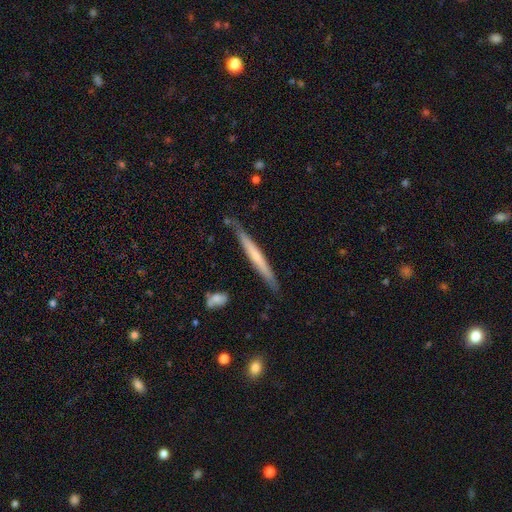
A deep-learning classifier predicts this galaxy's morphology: featured or disk 50%, smooth 45%, star or artifact 5%. Down the decision tree: merging — none (83%).